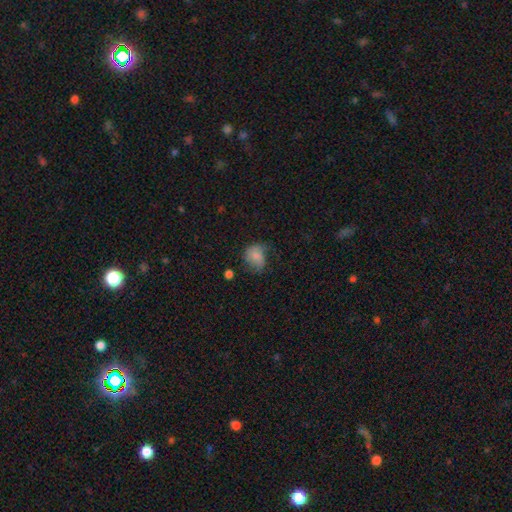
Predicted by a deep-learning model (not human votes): smooth 71%, featured or disk 19%, star or artifact 10%. Down the decision tree: how rounded — in between (50%); merging — none (43%).